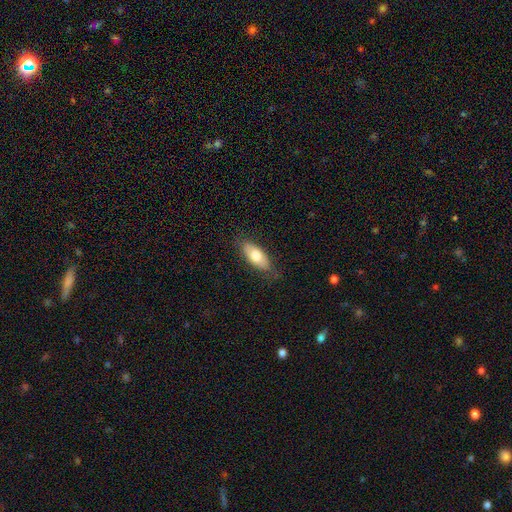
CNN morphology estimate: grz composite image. It shows a smooth galaxy with no disk features (71%) that is in between round and cigar-shaped (84%). Merging: none (80%).